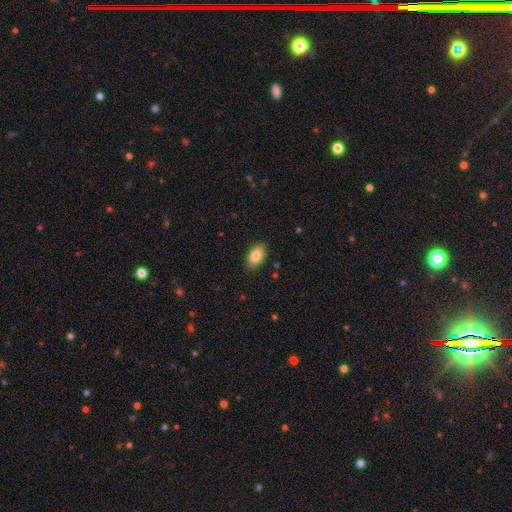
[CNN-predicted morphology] smooth_or_featured: smooth (p=0.84) [alt: featured or disk p=0.09]
how_rounded: in between (p=0.91) [alt: round p=0.07]
merging: none (p=0.87) [alt: minor disturbance p=0.10]